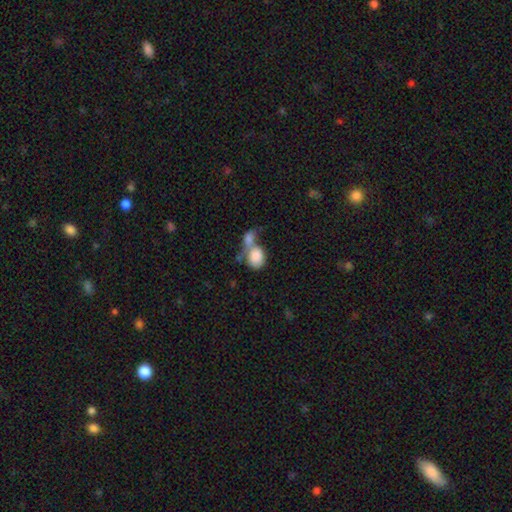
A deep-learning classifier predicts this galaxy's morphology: Smooth or featured? smooth (82%)
How rounded? in between (53%)
Merging? merger (69%)